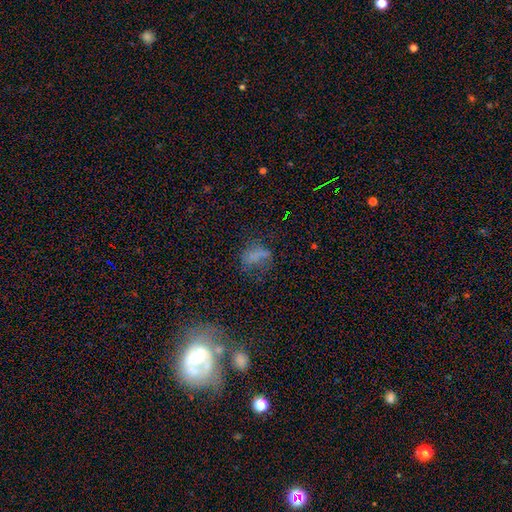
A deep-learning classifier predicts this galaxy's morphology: Smooth or featured? Predicted: smooth (p=0.52). How rounded? Predicted: in between (p=0.69). Merging? Predicted: none (p=0.42).